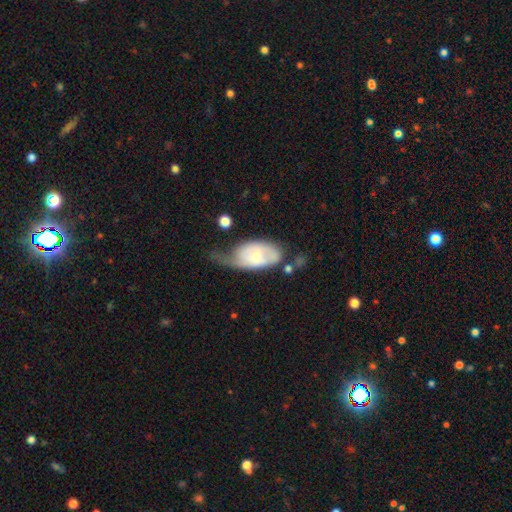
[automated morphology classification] Smooth or featured?
  - smooth: 48% *
  - featured or disk: 45%
  - star or artifact: 6%
Merging?
  - major disturbance: 39% *
  - minor disturbance: 32%
  - none: 21%
  - merger: 8%